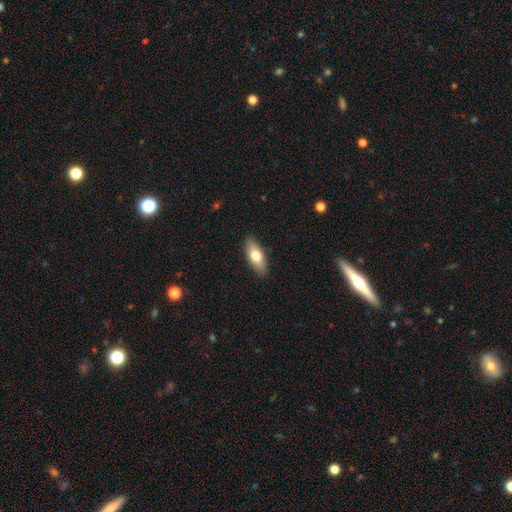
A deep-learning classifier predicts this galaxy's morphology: Smooth or featured?
  - smooth: 72% *
  - featured or disk: 22%
  - star or artifact: 6%
How rounded?
  - in between: 78% *
  - cigar-shaped: 19%
  - round: 3%
Merging?
  - none: 89% *
  - minor disturbance: 8%
  - major disturbance: 2%
  - merger: 1%